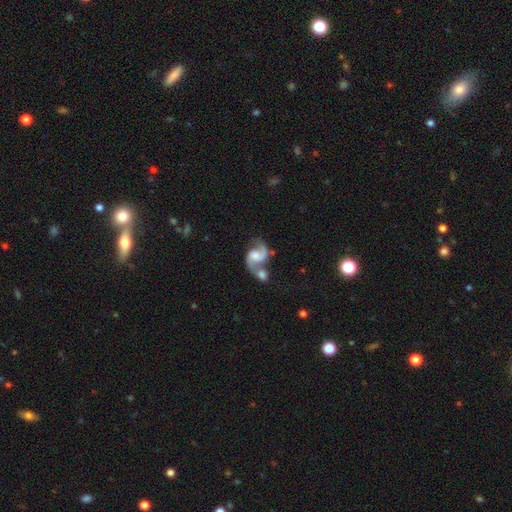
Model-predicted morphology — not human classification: Q: Smooth or featured?
A: featured or disk (86%); runner-up: smooth (9%)
Q: Edge-on disk?
A: no (98%); runner-up: yes (2%)
Q: Bar?
A: no (50%); runner-up: weak (40%)
Q: Spiral arms?
A: yes (96%); runner-up: no (4%)
Q: Spiral winding?
A: medium (51%); runner-up: loose (38%)
Q: Spiral arm count?
A: 2 (91%); runner-up: 1 (3%)
Q: Bulge size?
A: moderate (49%); runner-up: small (33%)
Q: Merging?
A: merger (46%); runner-up: none (35%)